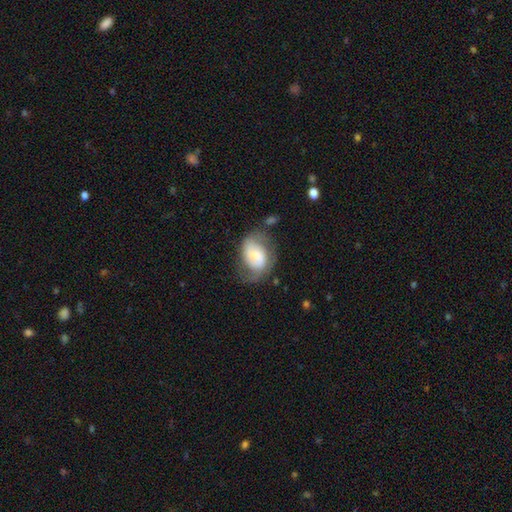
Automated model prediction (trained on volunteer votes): Smooth or featured? Predicted: featured or disk (p=0.52). Edge-on disk? Predicted: no (p=0.97). Bar? Predicted: no (p=0.48). Spiral arms? Predicted: yes (p=0.78). Bulge size? Predicted: moderate (p=0.39). Merging? Predicted: none (p=0.45).